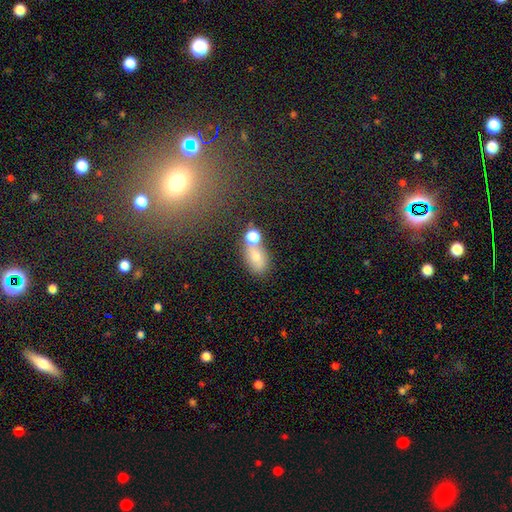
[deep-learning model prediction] This is likely a smooth galaxy (68%). How rounded: likely in between (75%). Merging: possibly none (46%).